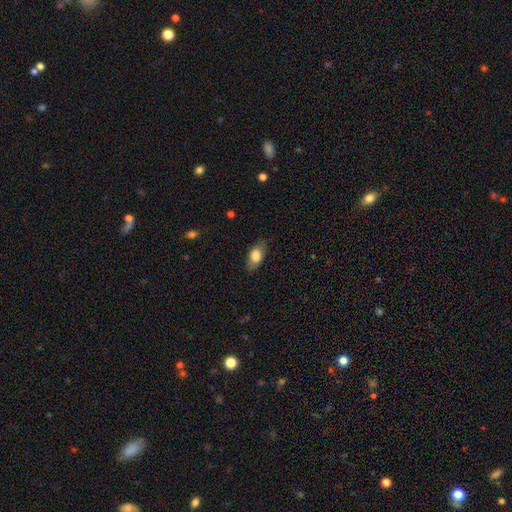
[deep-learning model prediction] Smooth or featured? Predicted: smooth (p=0.80). How rounded? Predicted: in between (p=0.88). Merging? Predicted: none (p=0.80).